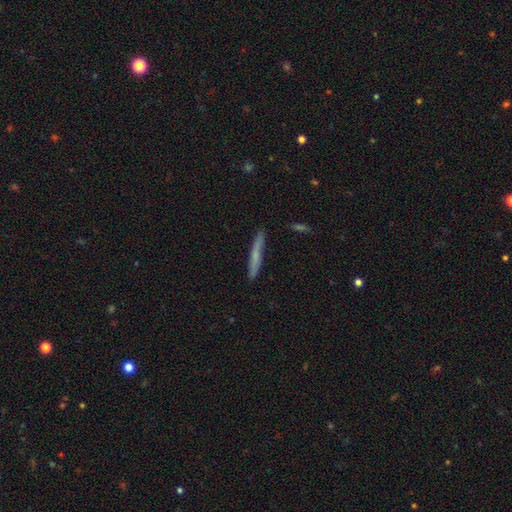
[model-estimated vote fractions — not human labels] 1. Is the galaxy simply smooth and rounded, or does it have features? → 54% smooth, 39% featured or disk, 7% star or artifact.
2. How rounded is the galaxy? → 95% cigar-shaped, 3% in between, 2% round.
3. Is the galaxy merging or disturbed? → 85% none, 11% minor disturbance, 2% major disturbance, 2% merger.